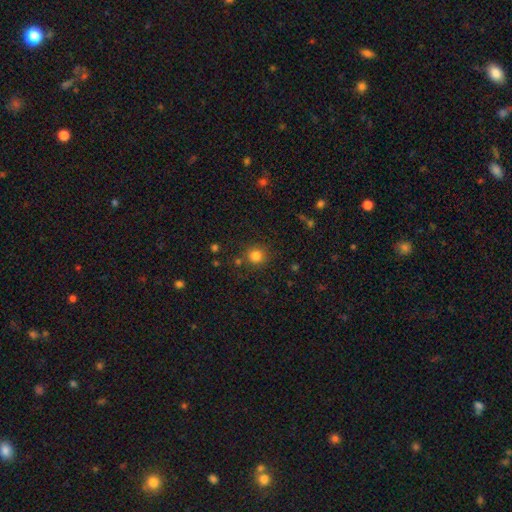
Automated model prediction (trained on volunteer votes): Smooth or featured: smooth — 82% (star or artifact — 13%)
How rounded: round — 92% (in between — 7%)
Merging: none — 83% (minor disturbance — 9%)